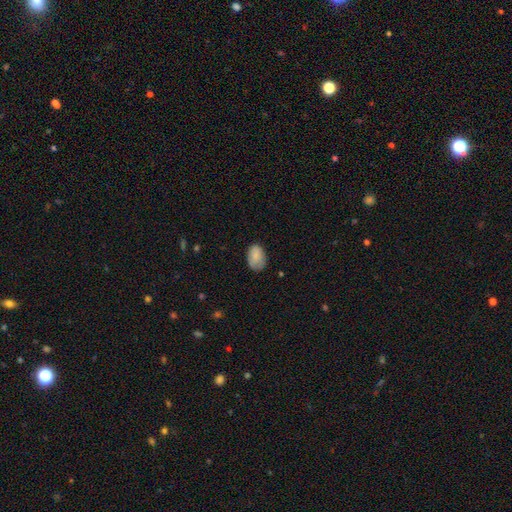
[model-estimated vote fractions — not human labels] Smooth or featured: smooth — 85% (featured or disk — 8%)
How rounded: in between — 87% (round — 12%)
Merging: none — 69% (minor disturbance — 24%)